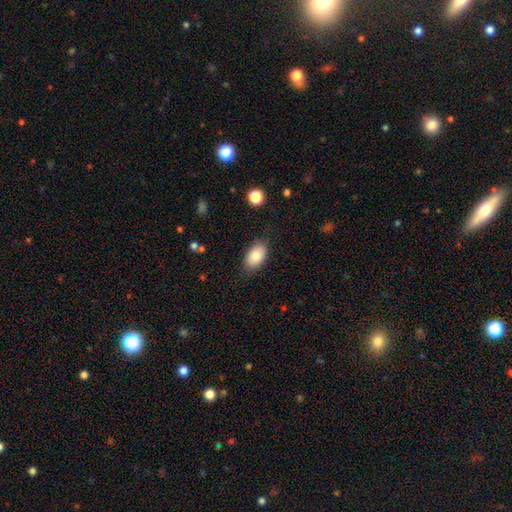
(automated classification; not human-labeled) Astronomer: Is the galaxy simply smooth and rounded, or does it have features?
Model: smooth — 85%.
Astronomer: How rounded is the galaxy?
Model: in between — 92%.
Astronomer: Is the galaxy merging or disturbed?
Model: none — 81%.